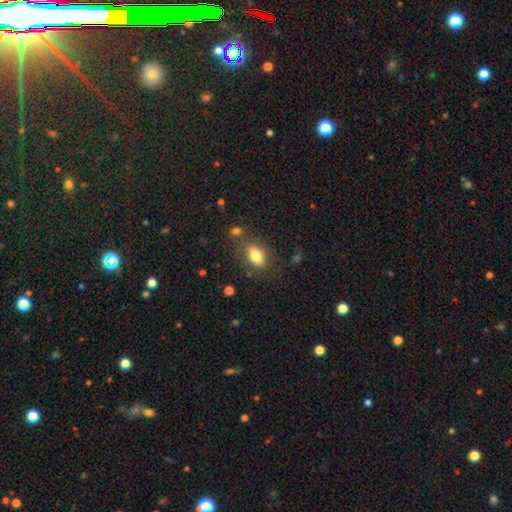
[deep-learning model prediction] smooth-or-featured: smooth: 79% | featured or disk: 12% | star or artifact: 9%
  how-rounded: in between: 81% | round: 17% | cigar-shaped: 2%
  merging: none: 73% | minor disturbance: 15% | merger: 7% | major disturbance: 5%